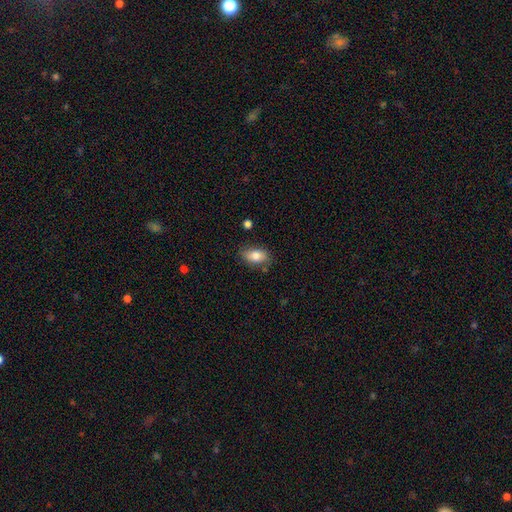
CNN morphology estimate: Smooth or featured?
  - smooth: 79% *
  - featured or disk: 13%
  - star or artifact: 8%
How rounded?
  - in between: 90% *
  - round: 7%
  - cigar-shaped: 3%
Merging?
  - none: 77% *
  - minor disturbance: 16%
  - merger: 3%
  - major disturbance: 3%